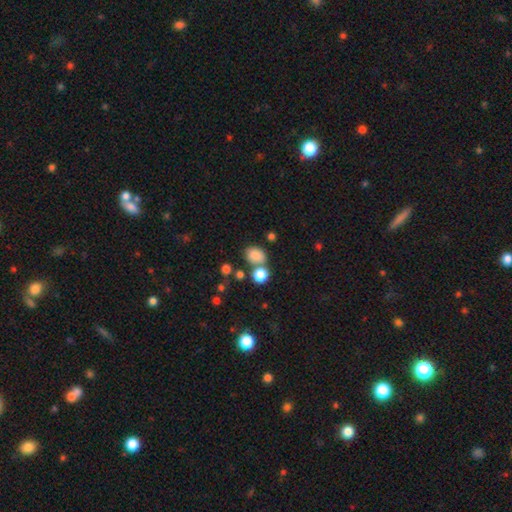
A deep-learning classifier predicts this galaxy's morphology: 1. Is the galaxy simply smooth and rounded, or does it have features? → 83% smooth, 11% star or artifact, 6% featured or disk.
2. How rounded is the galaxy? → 60% in between, 39% round, 1% cigar-shaped.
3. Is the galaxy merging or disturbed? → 58% none, 25% merger, 12% minor disturbance, 5% major disturbance.